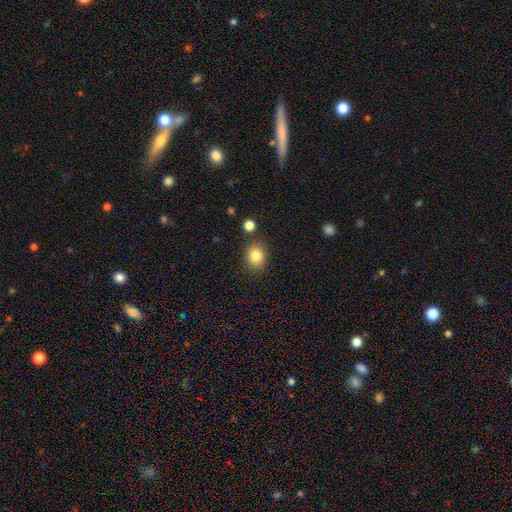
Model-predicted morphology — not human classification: Smooth or featured: smooth — 84% (star or artifact — 10%)
How rounded: round — 65% (in between — 34%)
Merging: none — 83% (minor disturbance — 10%)